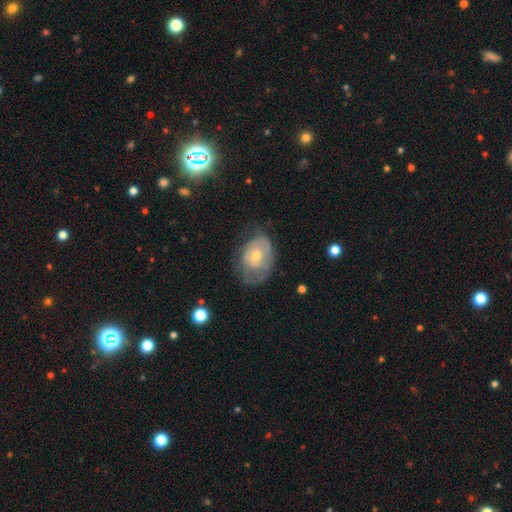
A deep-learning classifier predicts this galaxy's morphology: featured or disk 57%, smooth 34%, star or artifact 9%. Down the decision tree: edge-on disk — no (95%); bar — no (81%); spiral arms — yes (55%); bulge size — small (49%); merging — none (51%).